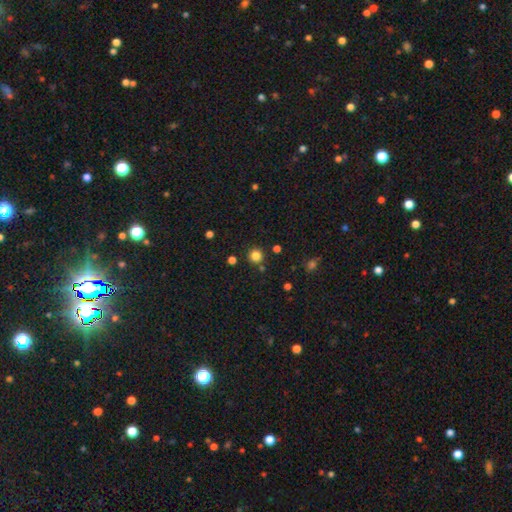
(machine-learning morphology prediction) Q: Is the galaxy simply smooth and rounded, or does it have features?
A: smooth — 82%.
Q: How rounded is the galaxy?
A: round — 94%.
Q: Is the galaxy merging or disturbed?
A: none — 88%.